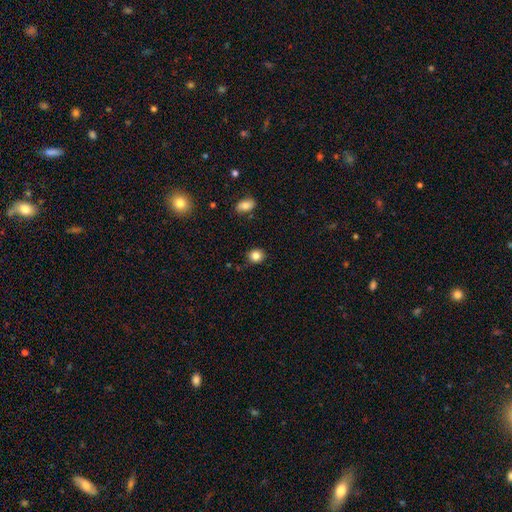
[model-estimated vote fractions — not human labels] A smooth galaxy with no disk features (84%) that is round (80%).

Vote fractions:
- Smooth or featured? smooth: 84% / star or artifact: 11% / featured or disk: 6%
- How rounded? round: 80% / in between: 19% / cigar-shaped: 1%
- Merging? none: 87% / minor disturbance: 9% / major disturbance: 2% / merger: 2%